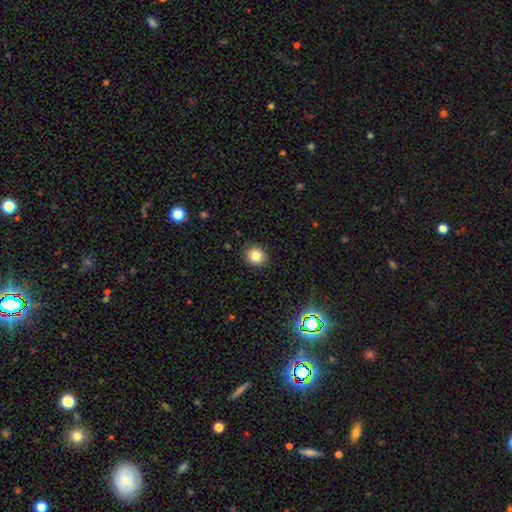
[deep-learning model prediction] A smooth galaxy with no disk features (81%) that is round (79%). Merging: none (91%).